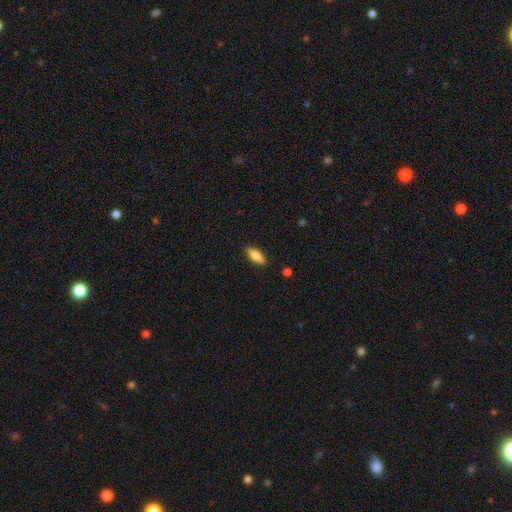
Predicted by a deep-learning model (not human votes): Morphology: type=smooth (82%); roundness=in between (70%); merging=none (88%).